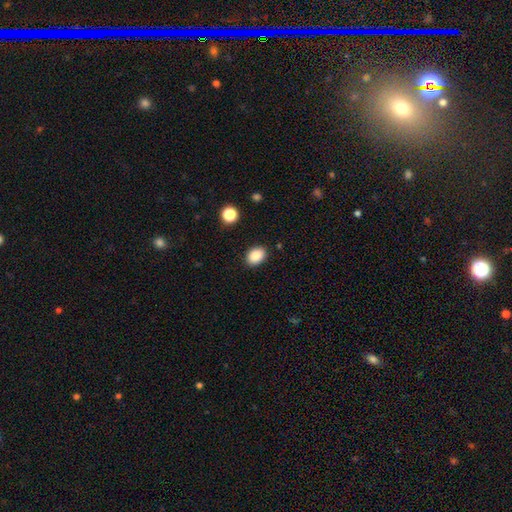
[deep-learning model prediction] Overall: smooth (88%). How rounded: in between (72%). Merging: none (88%).